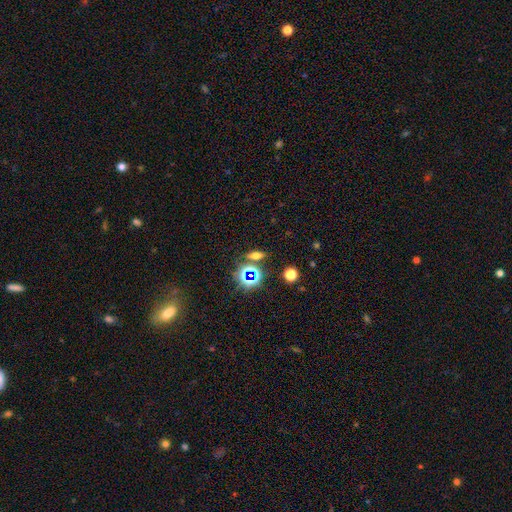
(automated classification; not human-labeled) Morphology: type=smooth (46%); merging=none (80%).